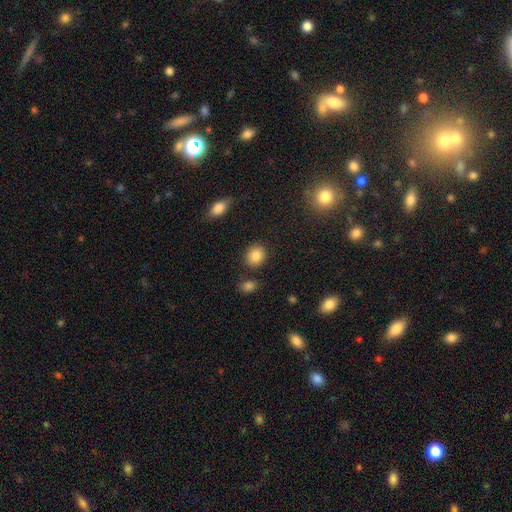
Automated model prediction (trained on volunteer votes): Smooth or featured?
  - smooth: 86% *
  - star or artifact: 9%
  - featured or disk: 5%
How rounded?
  - round: 71% *
  - in between: 28%
  - cigar-shaped: 1%
Merging?
  - none: 85% *
  - minor disturbance: 8%
  - merger: 4%
  - major disturbance: 3%